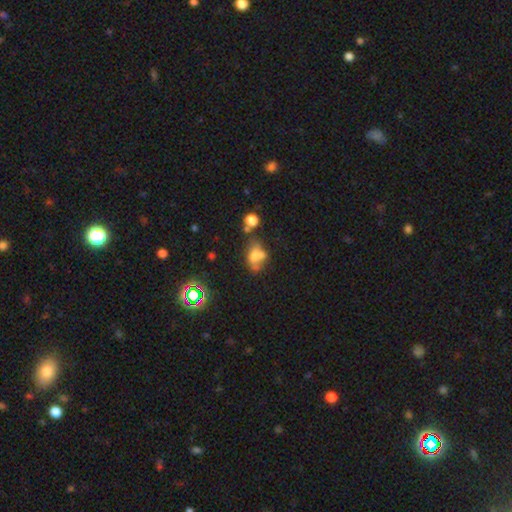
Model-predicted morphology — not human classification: This is possibly a smooth galaxy (52%). How rounded: likely in between (73%). Merging: marginally merger (35%).